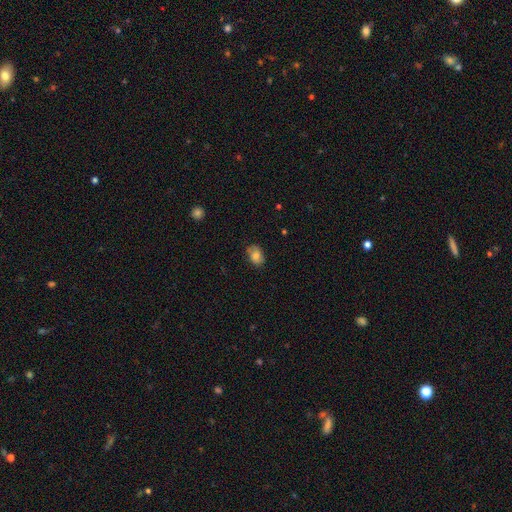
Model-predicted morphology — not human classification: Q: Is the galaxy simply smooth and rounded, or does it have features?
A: smooth — 75%.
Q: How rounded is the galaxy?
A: in between — 80%.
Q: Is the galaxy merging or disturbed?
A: none — 77%.